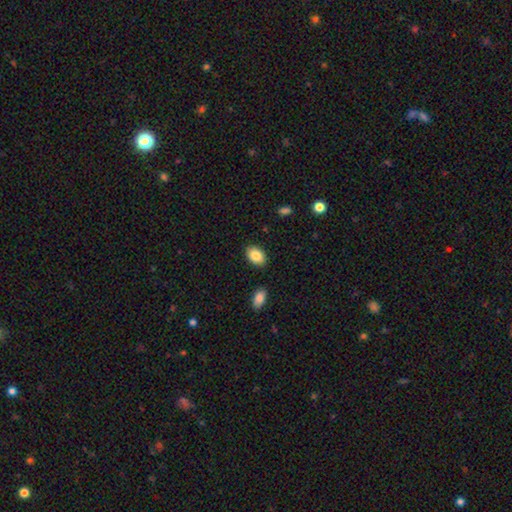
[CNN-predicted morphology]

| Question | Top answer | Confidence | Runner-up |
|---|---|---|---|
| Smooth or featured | smooth | 86% | featured or disk (7%) |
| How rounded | in between | 87% | round (12%) |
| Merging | none | 87% | minor disturbance (9%) |